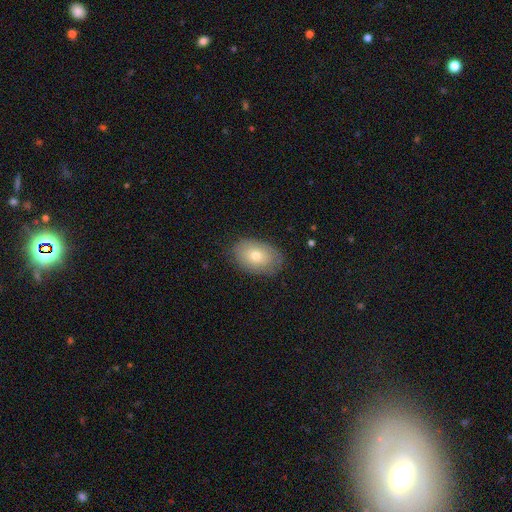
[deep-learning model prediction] Morphology: type=smooth (69%); roundness=in between (84%); merging=none (80%).